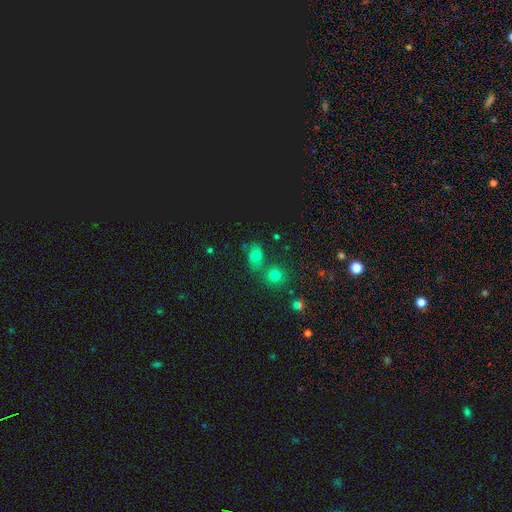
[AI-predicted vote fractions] Smooth or featured?
  - smooth: 63% *
  - star or artifact: 24%
  - featured or disk: 13%
How rounded?
  - in between: 68% *
  - round: 30%
  - cigar-shaped: 2%
Merging?
  - none: 62% *
  - merger: 21%
  - minor disturbance: 13%
  - major disturbance: 5%